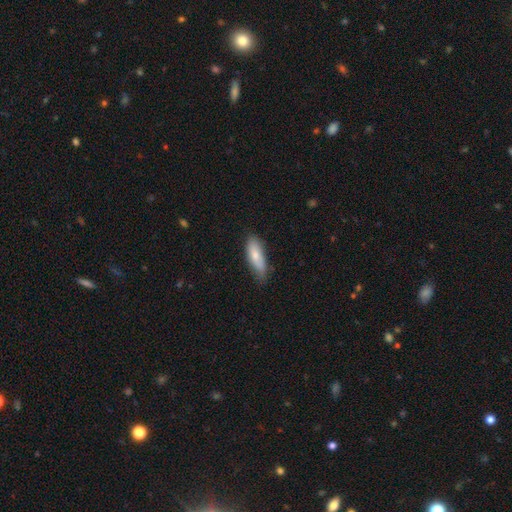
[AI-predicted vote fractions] The model was most divided on "how rounded": in between: 63%, cigar-shaped: 35%, round: 2%. More confident: smooth or featured — smooth (76%); merging — none (67%).